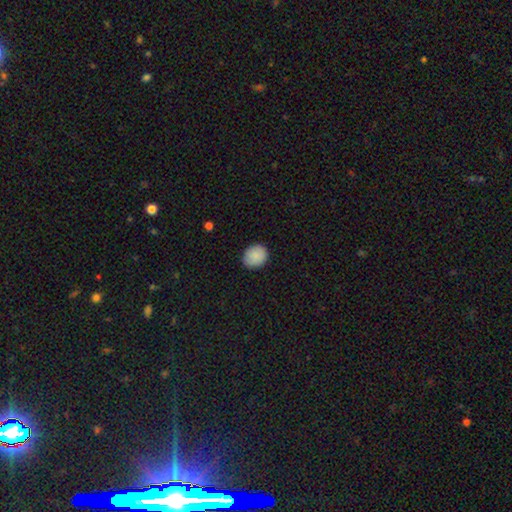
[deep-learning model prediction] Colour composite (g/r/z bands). It shows a smooth galaxy with no disk features (89%) that is round (65%). Merging: none (86%).